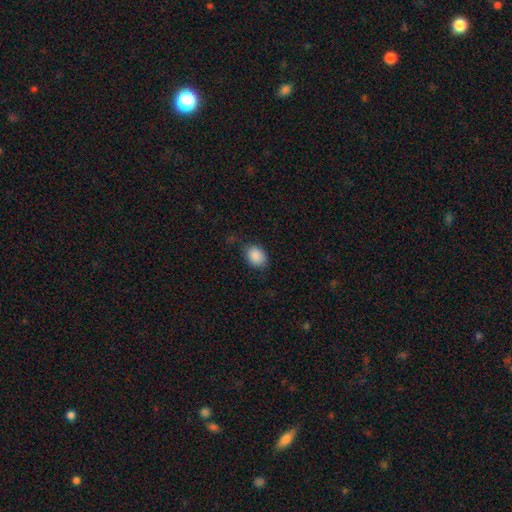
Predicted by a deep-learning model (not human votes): Morphology: type=smooth (88%); roundness=in between (65%); merging=none (75%).